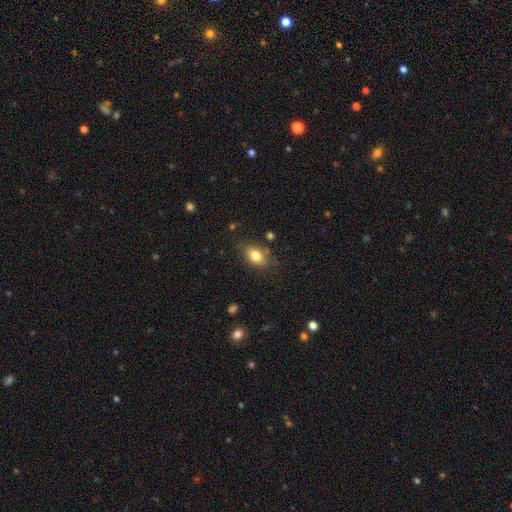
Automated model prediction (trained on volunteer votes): smooth 82%, featured or disk 9%, star or artifact 9%. Down the decision tree: how rounded — in between (82%); merging — none (76%).